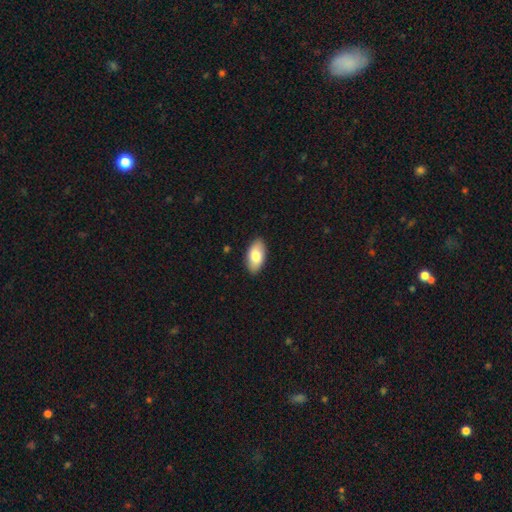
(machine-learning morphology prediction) Smooth or featured: smooth — 79% (featured or disk — 15%)
How rounded: in between — 94% (cigar-shaped — 3%)
Merging: none — 89% (minor disturbance — 8%)